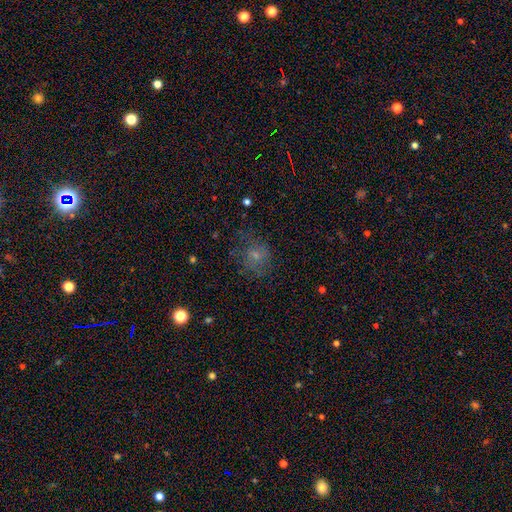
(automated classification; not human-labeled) Morphology: type=smooth (52%); roundness=round (69%); merging=none (56%).